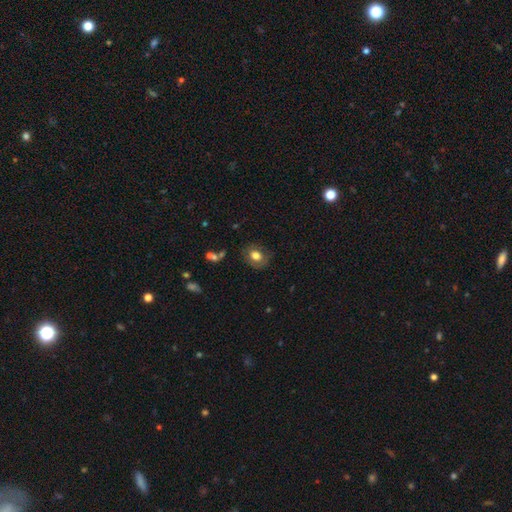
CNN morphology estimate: Smooth or featured? Predicted: smooth (p=0.72). How rounded? Predicted: round (p=0.52). Merging? Predicted: none (p=0.77).